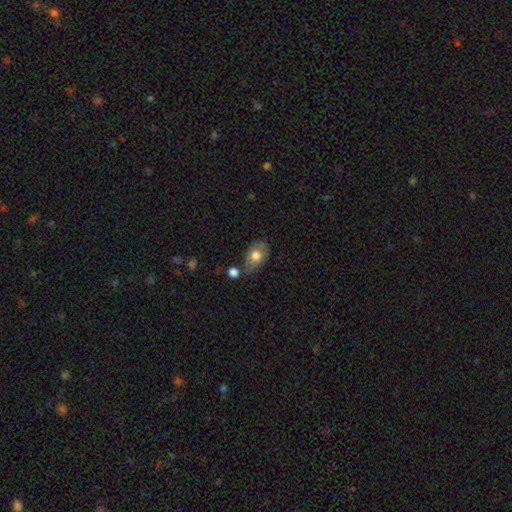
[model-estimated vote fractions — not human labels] A smooth galaxy with no disk features (71%) that is in between round and cigar-shaped (85%).

Vote fractions:
- Smooth or featured? smooth: 71% / featured or disk: 22% / star or artifact: 7%
- How rounded? in between: 85% / round: 13% / cigar-shaped: 2%
- Merging? none: 63% / minor disturbance: 21% / merger: 10% / major disturbance: 6%